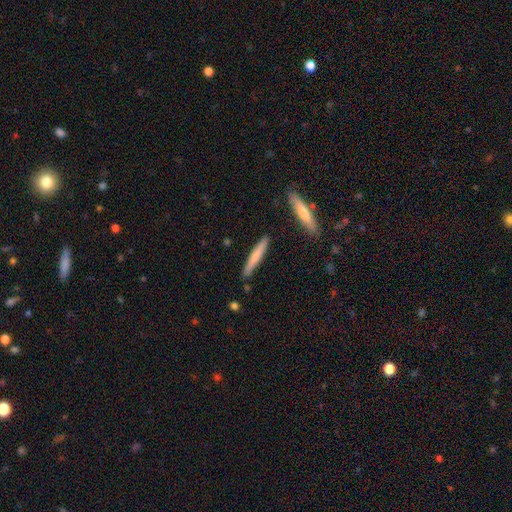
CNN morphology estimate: A smooth galaxy with no disk features (67%) that is cigar-shaped (94%). Merging: none (87%).